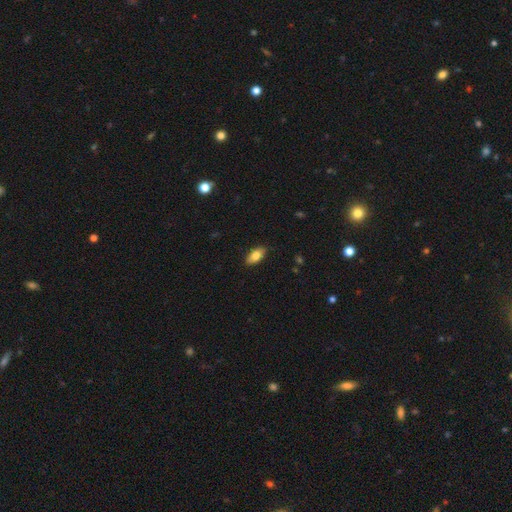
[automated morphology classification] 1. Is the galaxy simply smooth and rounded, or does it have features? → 81% smooth, 13% featured or disk, 7% star or artifact.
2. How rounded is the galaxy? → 88% in between, 9% cigar-shaped, 3% round.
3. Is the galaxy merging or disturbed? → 87% none, 10% minor disturbance, 2% major disturbance, 1% merger.